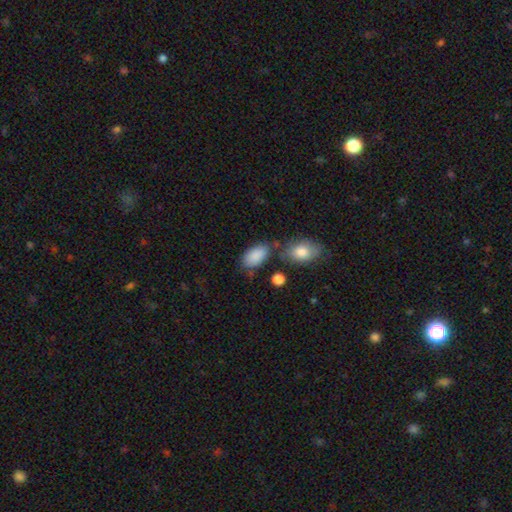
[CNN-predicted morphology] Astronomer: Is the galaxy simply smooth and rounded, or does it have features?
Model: smooth — 87%.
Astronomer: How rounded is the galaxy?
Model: in between — 94%.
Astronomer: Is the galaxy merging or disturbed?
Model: none — 65%.